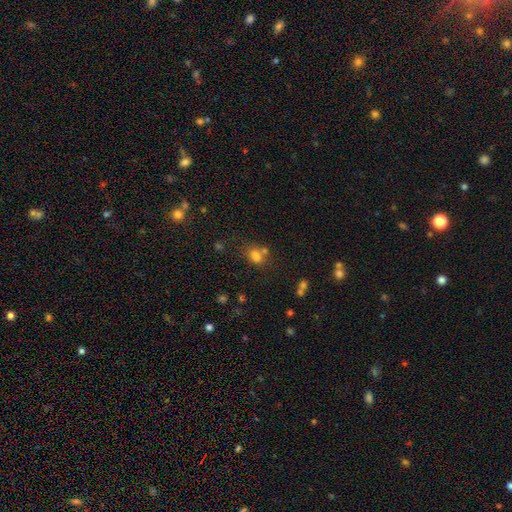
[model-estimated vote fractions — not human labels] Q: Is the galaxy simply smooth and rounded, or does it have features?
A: smooth — 73%.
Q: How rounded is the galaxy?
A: in between — 71%.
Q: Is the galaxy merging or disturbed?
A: none — 48%.